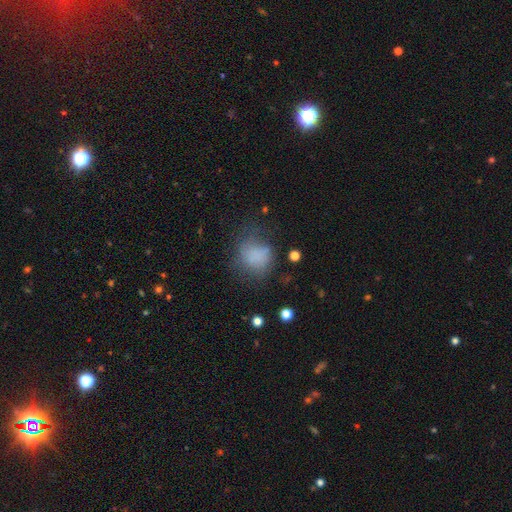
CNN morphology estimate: smooth 73%, featured or disk 14%, star or artifact 13%. Down the decision tree: how rounded — round (65%); merging — none (47%).